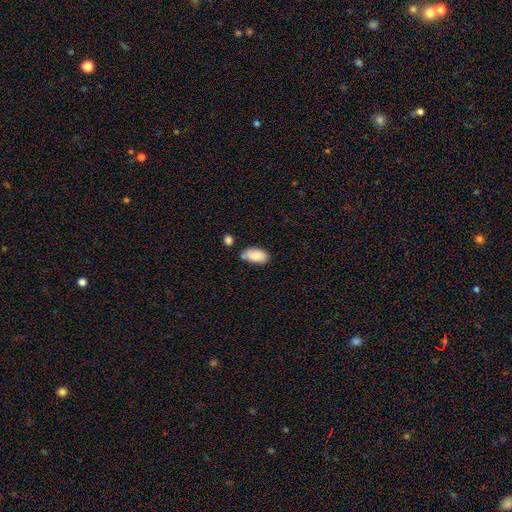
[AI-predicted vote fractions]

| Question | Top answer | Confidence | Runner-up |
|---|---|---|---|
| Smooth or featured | smooth | 85% | featured or disk (8%) |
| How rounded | in between | 94% | cigar-shaped (3%) |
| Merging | none | 60% | minor disturbance (23%) |